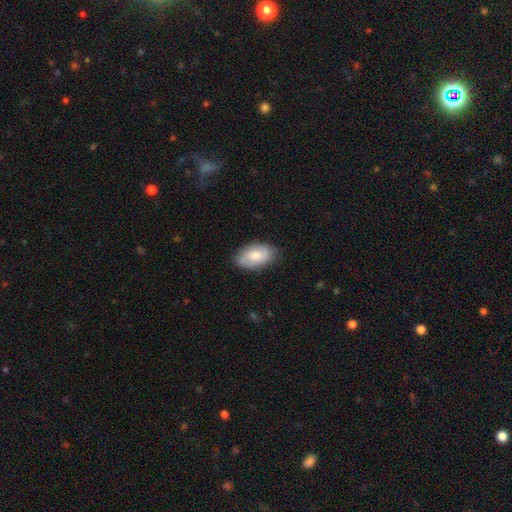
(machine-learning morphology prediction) Smooth or featured? Predicted: smooth (p=0.66). How rounded? Predicted: in between (p=0.94). Merging? Predicted: none (p=0.81).